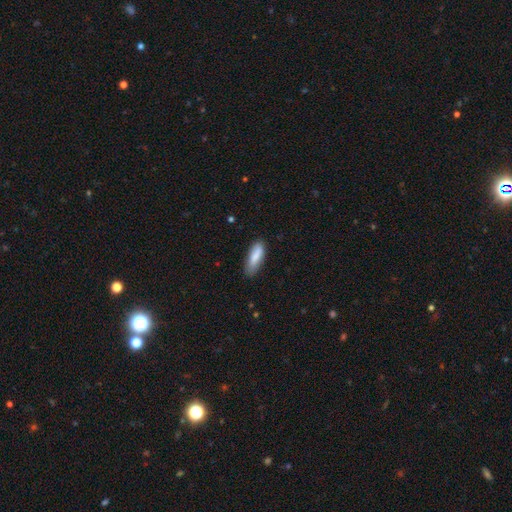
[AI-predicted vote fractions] Morphology: type=smooth (84%); roundness=in between (56%); merging=none (73%).